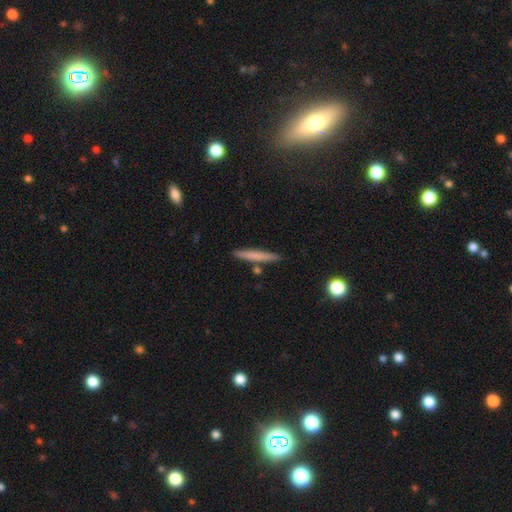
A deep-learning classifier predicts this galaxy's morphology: A smooth galaxy with no disk features (67%) that is cigar-shaped (95%).

Vote fractions:
- Smooth or featured? smooth: 67% / featured or disk: 26% / star or artifact: 6%
- How rounded? cigar-shaped: 95% / in between: 3% / round: 1%
- Merging? none: 86% / minor disturbance: 8% / merger: 4% / major disturbance: 2%